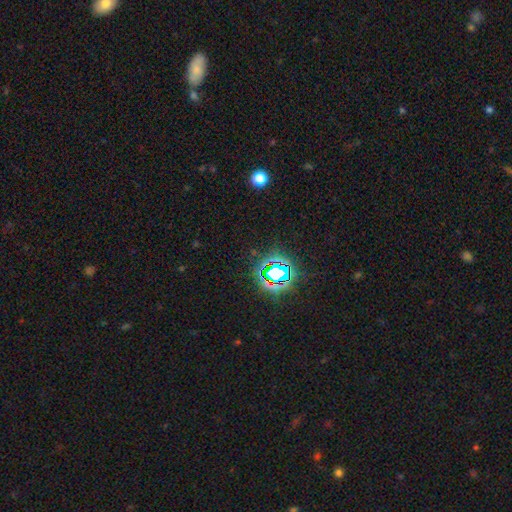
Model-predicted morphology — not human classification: Smooth or featured: star or artifact — 79% (smooth — 14%)